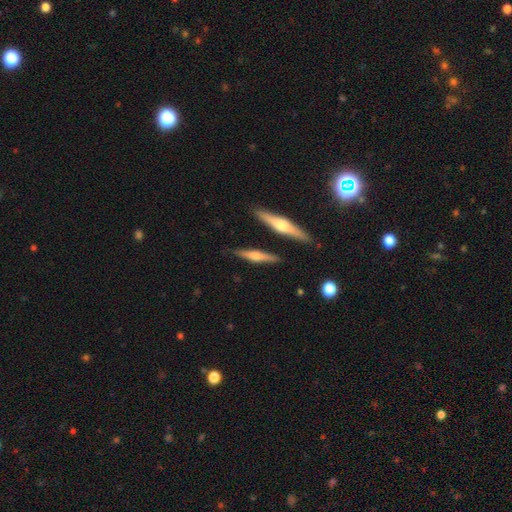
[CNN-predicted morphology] Q: Smooth or featured?
A: featured or disk (61%); runner-up: smooth (33%)
Q: Edge-on disk?
A: yes (96%); runner-up: no (4%)
Q: Edge-on bulge?
A: rounded (85%); runner-up: boxy (8%)
Q: Merging?
A: none (84%); runner-up: minor disturbance (9%)